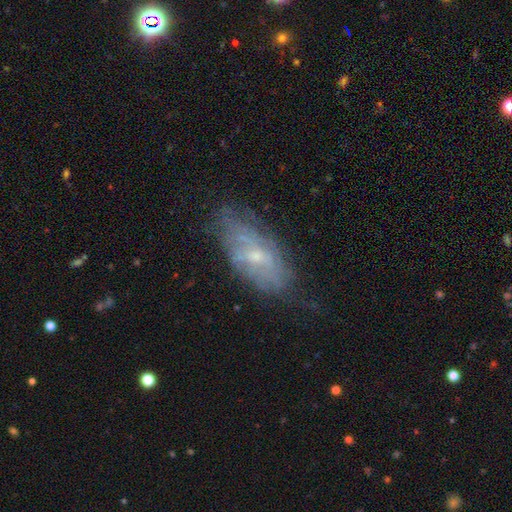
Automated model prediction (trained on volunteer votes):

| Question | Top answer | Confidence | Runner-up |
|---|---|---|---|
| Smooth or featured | featured or disk | 54% | smooth (37%) |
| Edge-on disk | no | 83% | yes (17%) |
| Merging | none | 57% | minor disturbance (28%) |